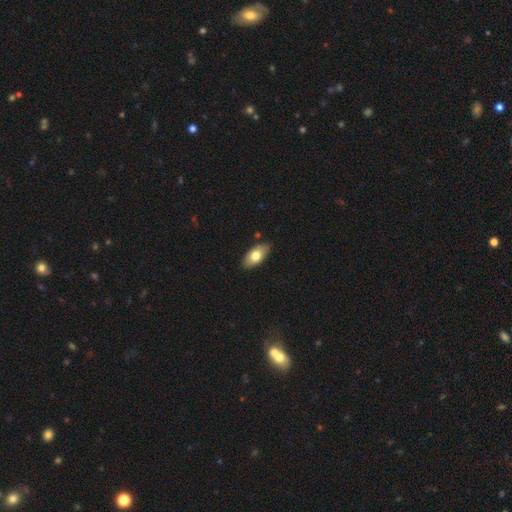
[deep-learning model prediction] Smooth or featured? Predicted: smooth (p=0.72). How rounded? Predicted: in between (p=0.90). Merging? Predicted: none (p=0.85).